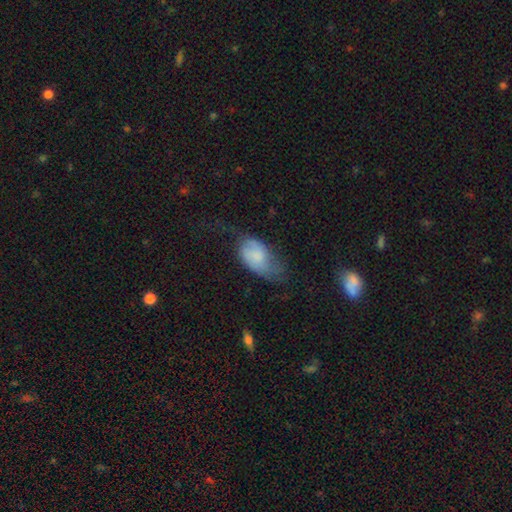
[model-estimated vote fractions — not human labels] A smooth galaxy with no disk features (61%) that is in between round and cigar-shaped (92%). Merging: major disturbance (37%).